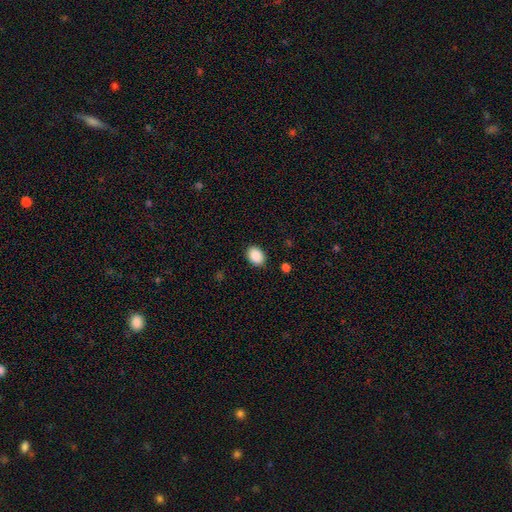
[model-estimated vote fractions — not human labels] Morphology: type=smooth (89%); roundness=in between (70%); merging=none (89%).